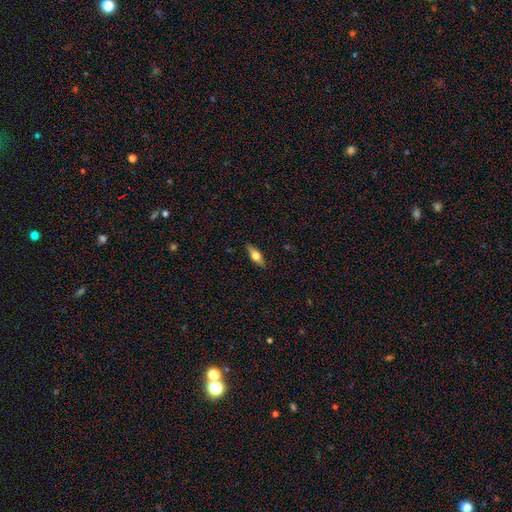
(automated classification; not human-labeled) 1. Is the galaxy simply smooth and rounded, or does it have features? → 50% featured or disk, 43% smooth, 7% star or artifact.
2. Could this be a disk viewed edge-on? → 92% yes, 8% no.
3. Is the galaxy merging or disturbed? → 88% none, 9% minor disturbance, 2% major disturbance, 1% merger.